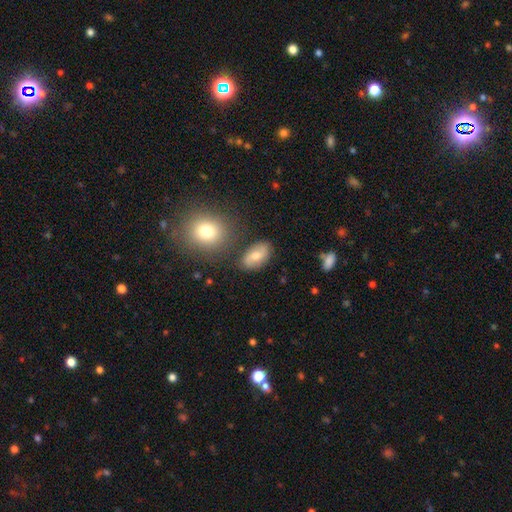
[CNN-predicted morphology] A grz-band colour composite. It shows a smooth galaxy with no disk features (55%) that is in between round and cigar-shaped (88%). Merging: none (77%).